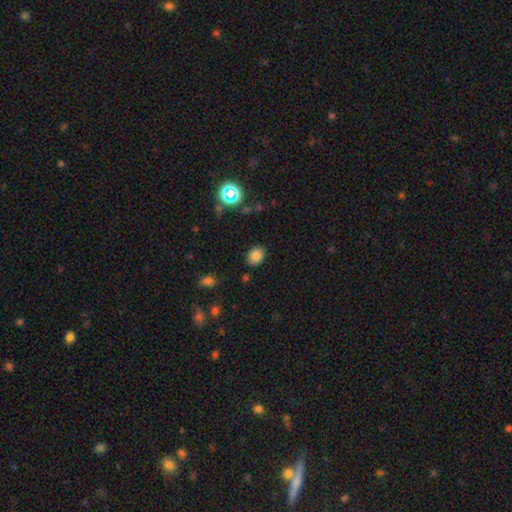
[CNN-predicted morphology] type=smooth (80%); roundness=in between (68%); merging=none (86%).